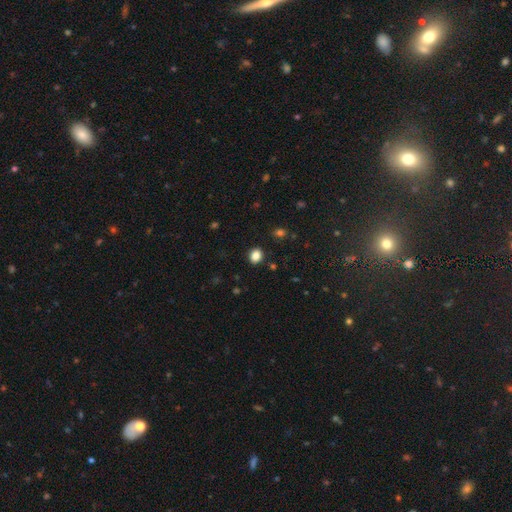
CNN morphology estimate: type=smooth (85%); roundness=in between (53%); merging=none (89%).